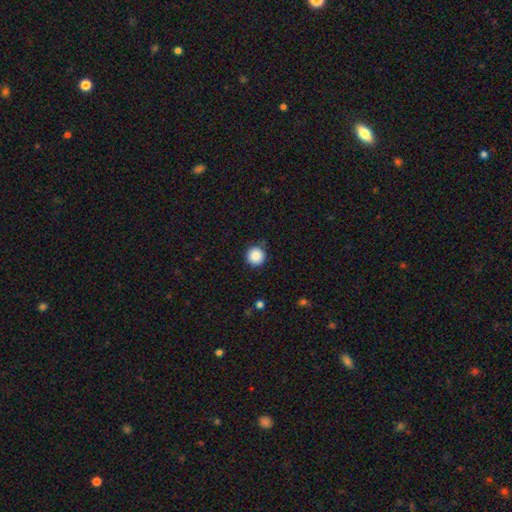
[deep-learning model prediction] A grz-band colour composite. It shows a smooth galaxy with no disk features (87%) that is round (96%). Merging: none (88%).